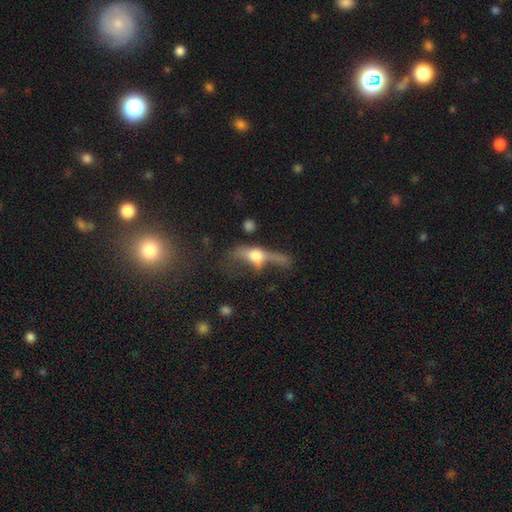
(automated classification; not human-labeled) A featured or disk galaxy (45%). Merging: major disturbance (51%).